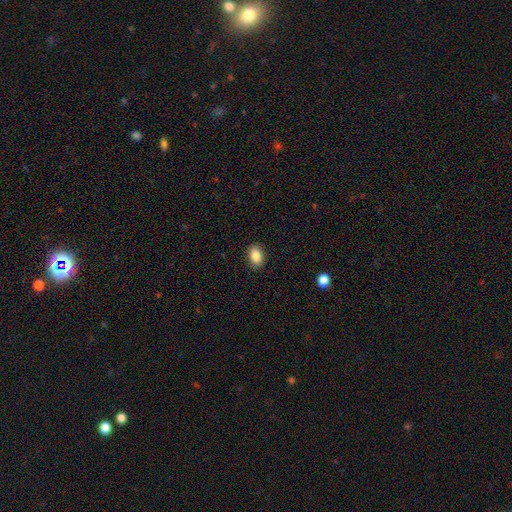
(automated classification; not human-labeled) Q: Smooth or featured?
A: smooth (87%); runner-up: star or artifact (8%)
Q: How rounded?
A: in between (83%); runner-up: round (15%)
Q: Merging?
A: none (89%); runner-up: minor disturbance (8%)